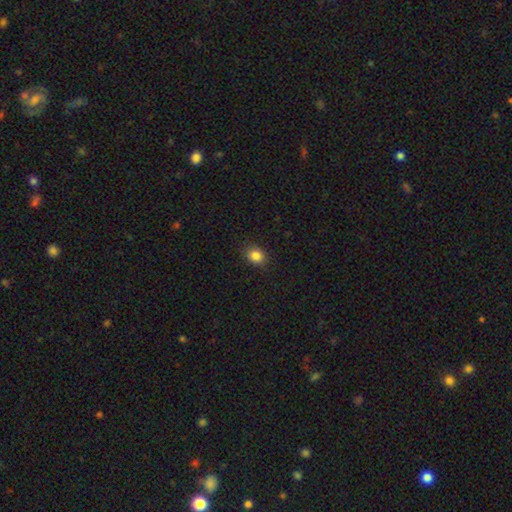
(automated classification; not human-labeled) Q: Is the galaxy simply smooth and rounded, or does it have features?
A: smooth — 84%.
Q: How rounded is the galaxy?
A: round — 54%.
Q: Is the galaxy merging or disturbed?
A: none — 87%.